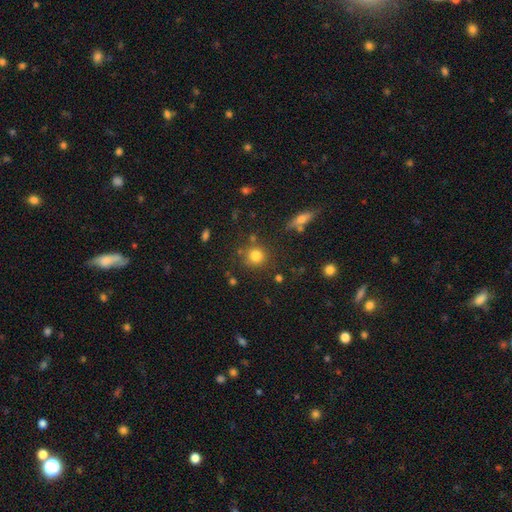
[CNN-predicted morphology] Smooth or featured? Predicted: smooth (p=0.80). How rounded? Predicted: round (p=0.89). Merging? Predicted: none (p=0.79).